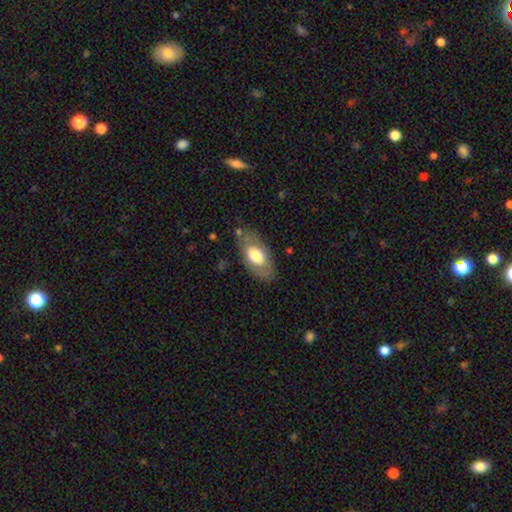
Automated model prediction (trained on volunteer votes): Overall: smooth (62%; featured or disk 32%). How rounded: in between (91%). Merging: none (75%).